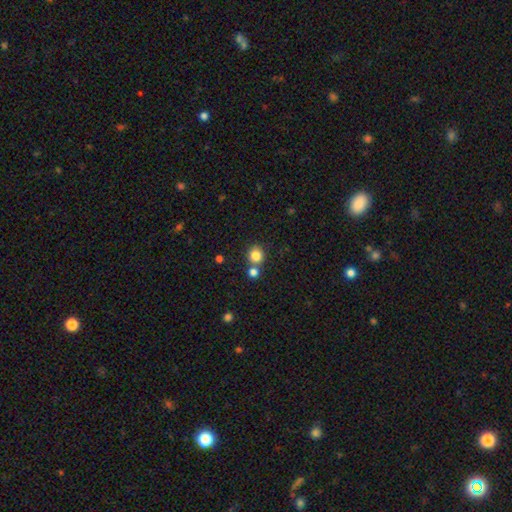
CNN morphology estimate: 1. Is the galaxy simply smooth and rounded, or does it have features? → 83% smooth, 11% star or artifact, 6% featured or disk.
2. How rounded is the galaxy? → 85% round, 14% in between, 1% cigar-shaped.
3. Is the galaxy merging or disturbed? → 64% none, 25% merger, 8% minor disturbance, 3% major disturbance.